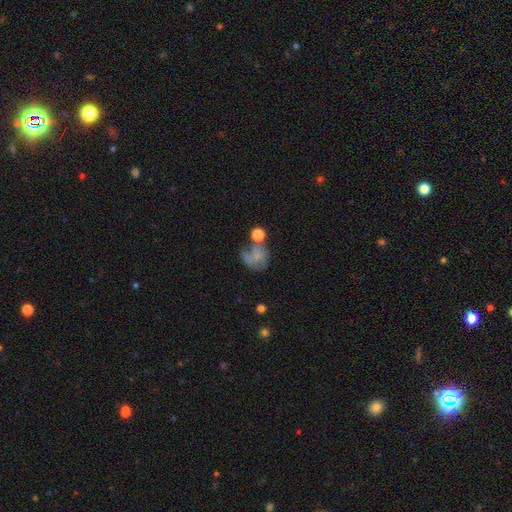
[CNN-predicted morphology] Overall: smooth (54%; featured or disk 35%). How rounded: round (64%; in between 35%). Merging: major disturbance (30%; none 29%).